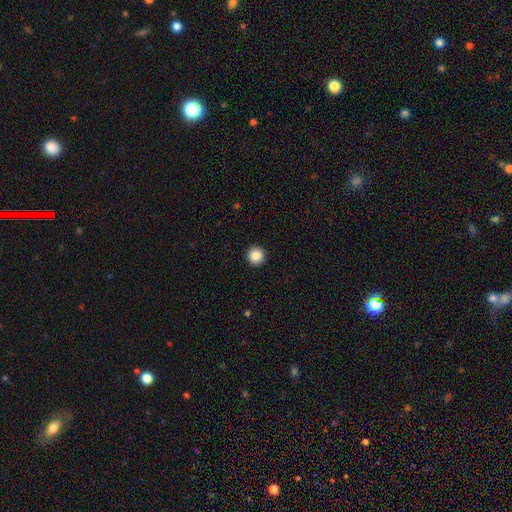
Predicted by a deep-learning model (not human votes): smooth-or-featured: smooth: 86% | star or artifact: 10% | featured or disk: 4%
  how-rounded: round: 96% | in between: 3% | cigar-shaped: 1%
  merging: none: 94% | minor disturbance: 4% | major disturbance: 1% | merger: 1%